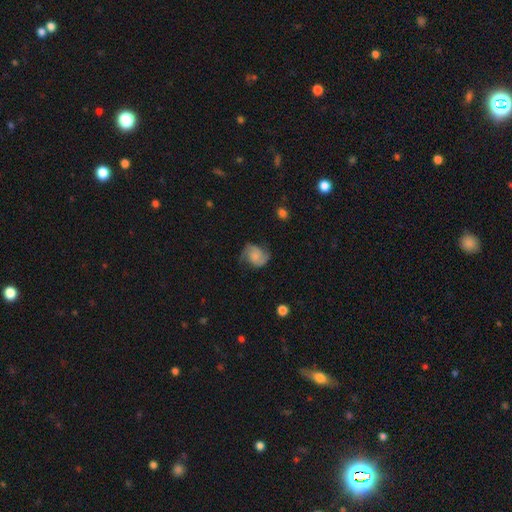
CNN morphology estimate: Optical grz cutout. It shows a featured or disk galaxy (60%) with no bar (71%), 2 (83%) medium (45%) spiral arms (91%) and a small central bulge (40%). Merging: none (59%).